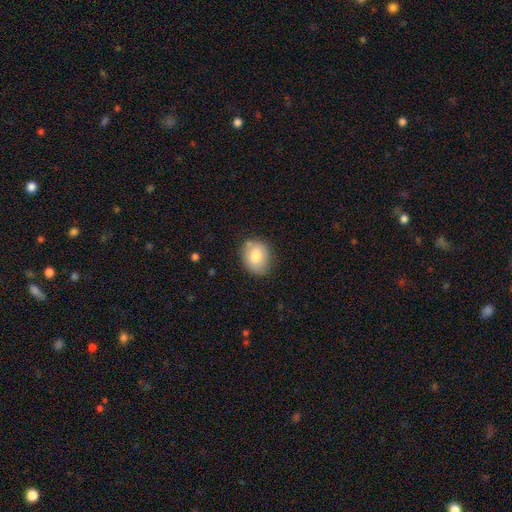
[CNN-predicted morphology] type=smooth (78%); roundness=round (55%); merging=none (74%).